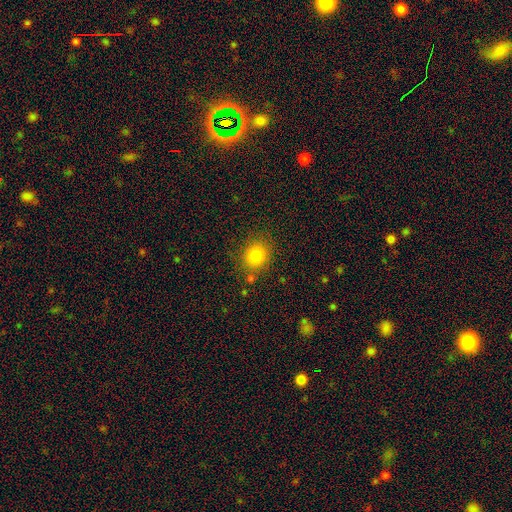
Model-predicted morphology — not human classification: Smooth or featured? Predicted: smooth (p=0.81). How rounded? Predicted: round (p=0.75). Merging? Predicted: none (p=0.80).